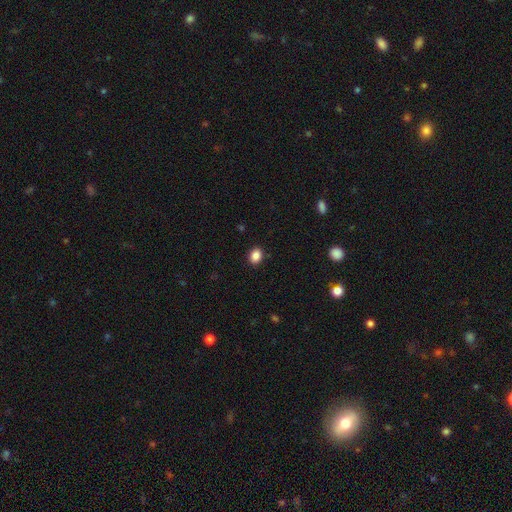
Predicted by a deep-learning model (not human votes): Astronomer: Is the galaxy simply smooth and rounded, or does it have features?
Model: smooth — 87%.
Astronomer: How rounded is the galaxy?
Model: in between — 58% (runner-up: round, 41%).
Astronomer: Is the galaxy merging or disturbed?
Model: none — 90%.